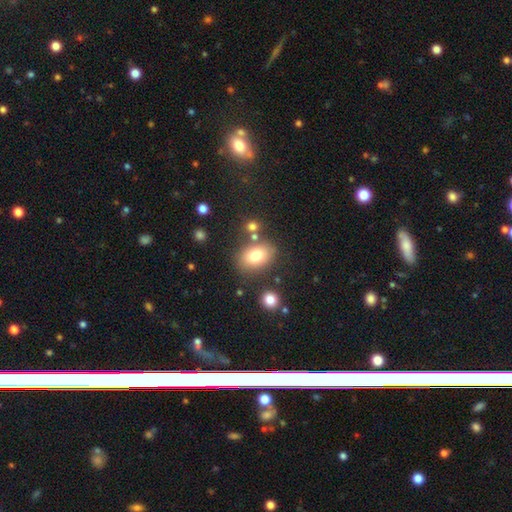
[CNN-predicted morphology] Overall: smooth (79%). How rounded: in between (75%). Merging: none (72%).